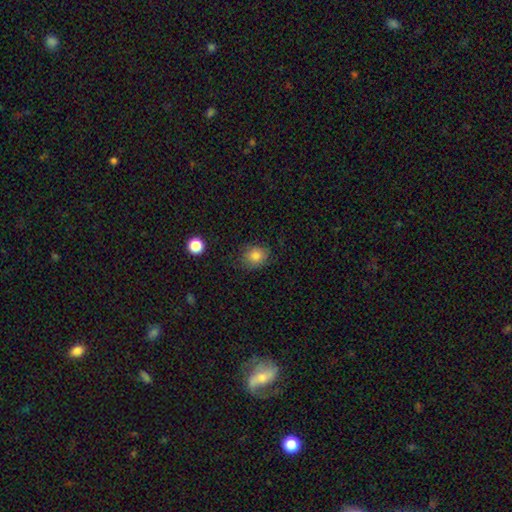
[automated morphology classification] This is clearly a smooth galaxy (82%). How rounded: likely round (68%). Merging: likely none (77%).